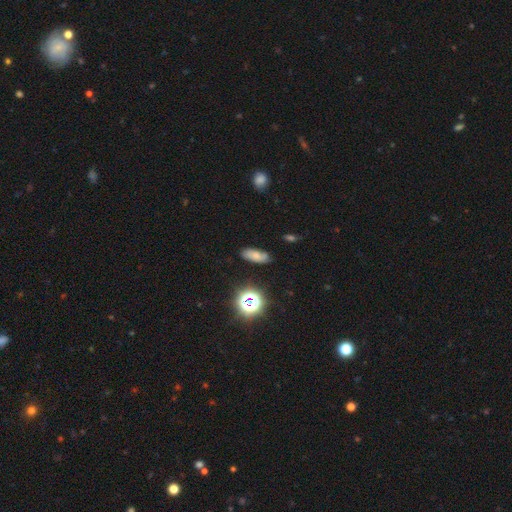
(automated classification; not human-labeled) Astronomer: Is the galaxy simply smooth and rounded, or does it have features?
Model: smooth — 60%.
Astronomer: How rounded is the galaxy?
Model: in between — 75%.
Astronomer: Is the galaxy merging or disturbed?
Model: none — 78%.